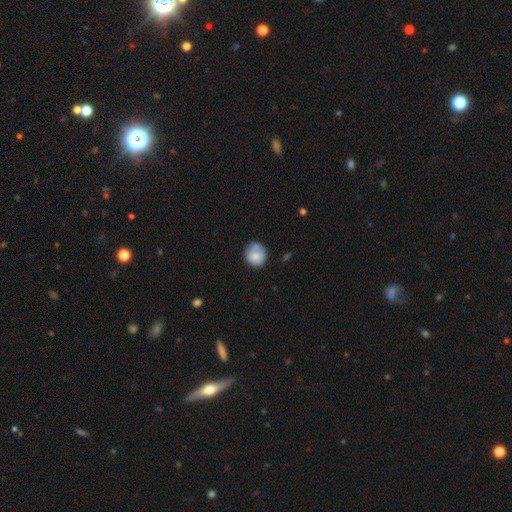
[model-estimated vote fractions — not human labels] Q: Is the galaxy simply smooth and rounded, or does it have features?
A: smooth — 78%.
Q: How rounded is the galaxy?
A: round — 83%.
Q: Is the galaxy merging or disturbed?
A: none — 61%.